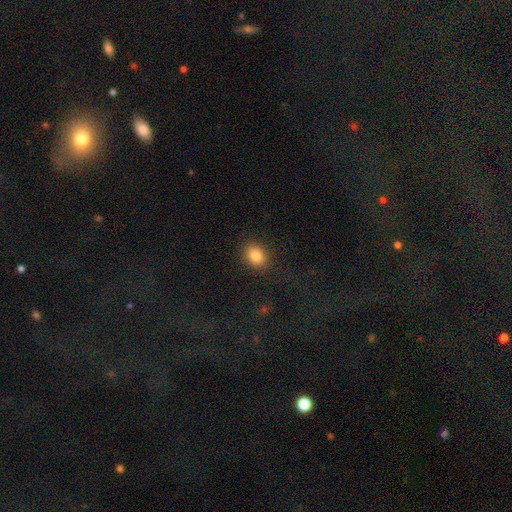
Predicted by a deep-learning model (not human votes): Smooth or featured? smooth (85%)
How rounded? in between (62%)
Merging? none (87%)